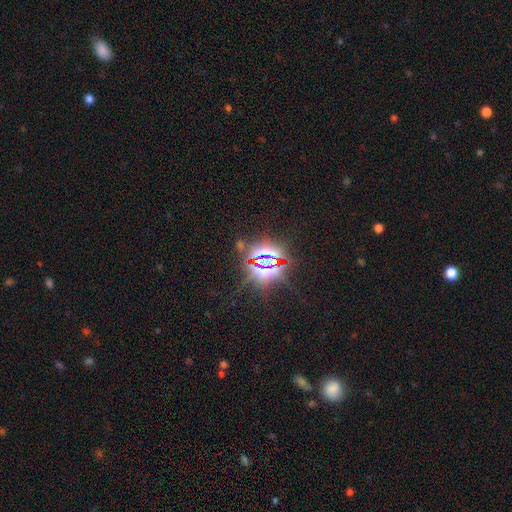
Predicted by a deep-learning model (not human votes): smooth_or_featured: star or artifact (p=0.85) [alt: smooth p=0.08]